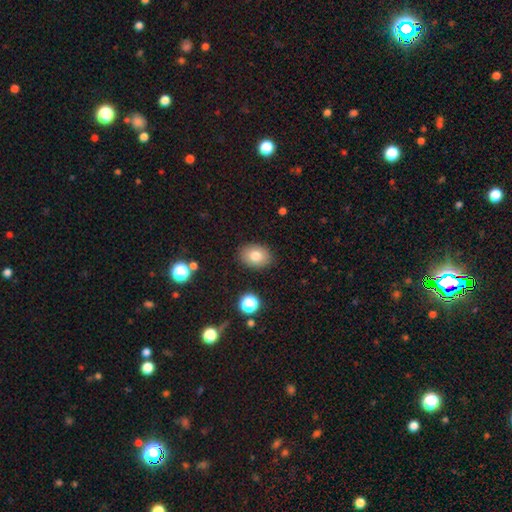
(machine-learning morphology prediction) A smooth galaxy with no disk features (80%) that is in between round and cigar-shaped (67%). Merging: none (87%).